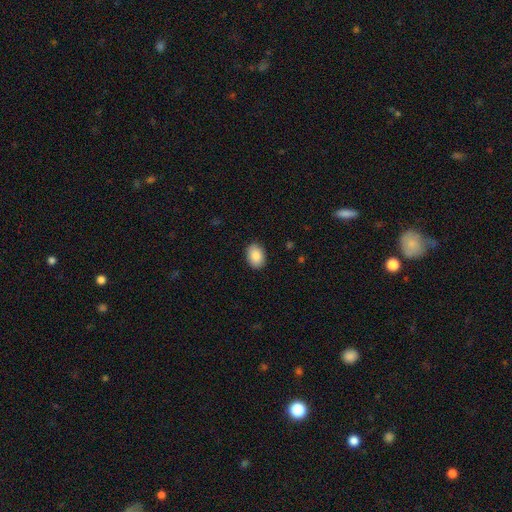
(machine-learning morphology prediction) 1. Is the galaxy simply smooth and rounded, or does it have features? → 88% smooth, 7% star or artifact, 5% featured or disk.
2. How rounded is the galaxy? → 78% in between, 21% round, 1% cigar-shaped.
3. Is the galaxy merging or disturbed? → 89% none, 8% minor disturbance, 2% major disturbance, 1% merger.